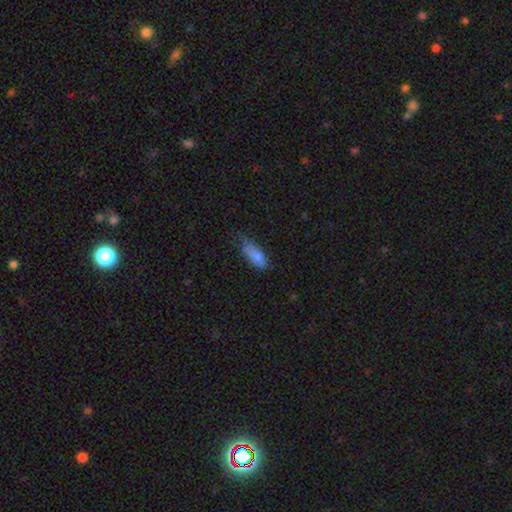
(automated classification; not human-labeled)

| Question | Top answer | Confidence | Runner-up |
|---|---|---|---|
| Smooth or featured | smooth | 82% | featured or disk (10%) |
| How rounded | in between | 77% | cigar-shaped (20%) |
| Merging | none | 49% | minor disturbance (37%) |